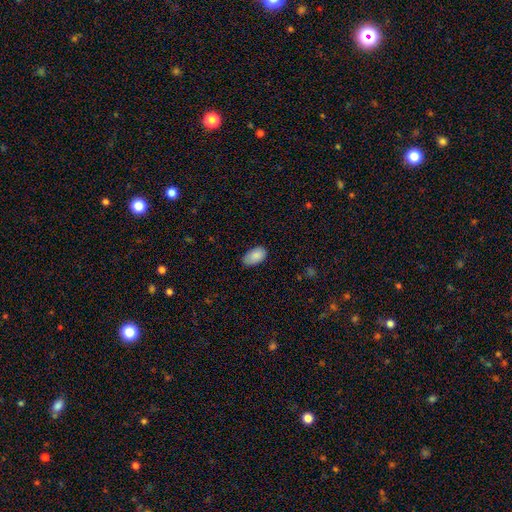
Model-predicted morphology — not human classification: This is clearly a smooth galaxy (88%). How rounded: clearly in between (94%). Merging: likely none (71%).